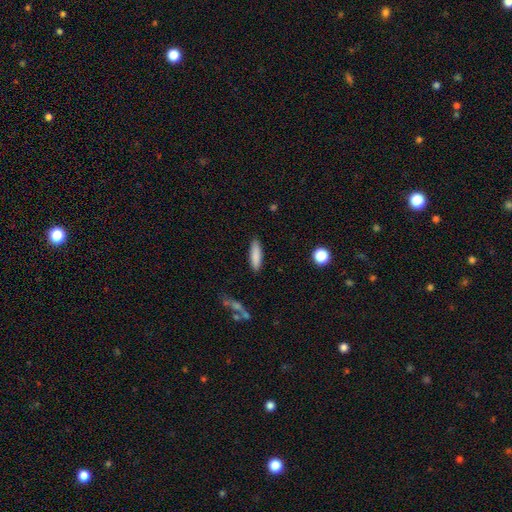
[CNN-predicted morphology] This appears to be a smooth galaxy with no disk features (86%) that is cigar-shaped (65%). Merging: none (88%).